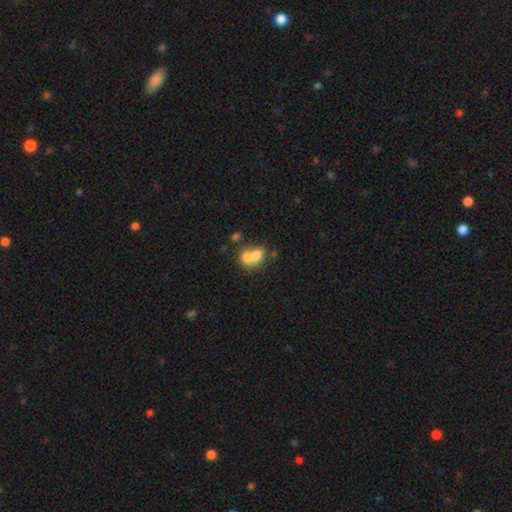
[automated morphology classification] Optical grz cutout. It shows a smooth galaxy with no disk features (69%) that is in between round and cigar-shaped (55%). Merging: merger (70%).